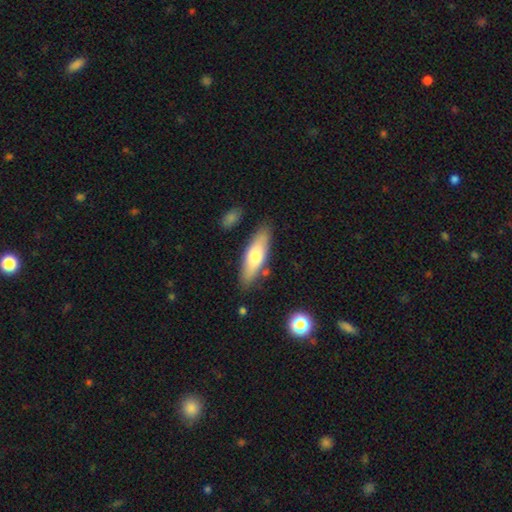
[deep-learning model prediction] This appears to be a smooth galaxy with no disk features (66%) that is in between round and cigar-shaped (50%). Merging: none (82%).